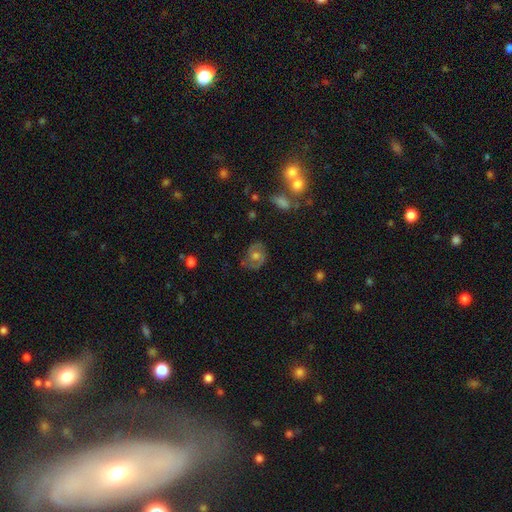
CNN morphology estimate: type=featured or disk (63%); edge-on=no (97%); bar=no (66%); spiral arms=yes (83%); winding=medium (47%); arm count=2 (80%); bulge=moderate (65%); merging=none (72%).